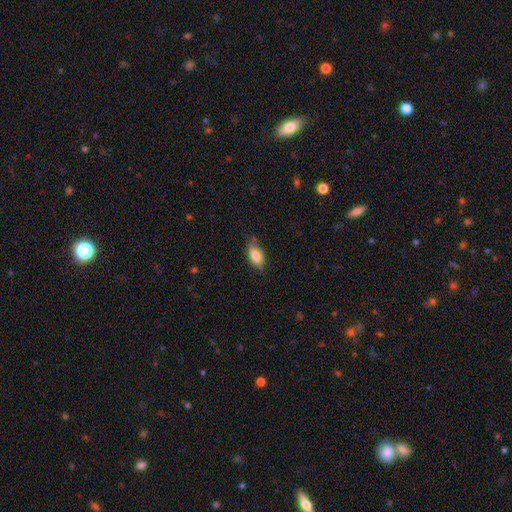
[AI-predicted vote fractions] A smooth galaxy with no disk features (79%) that is in between round and cigar-shaped (86%).

Vote fractions:
- Smooth or featured? smooth: 79% / featured or disk: 13% / star or artifact: 7%
- How rounded? in between: 86% / cigar-shaped: 10% / round: 4%
- Merging? none: 76% / minor disturbance: 19% / major disturbance: 3% / merger: 2%